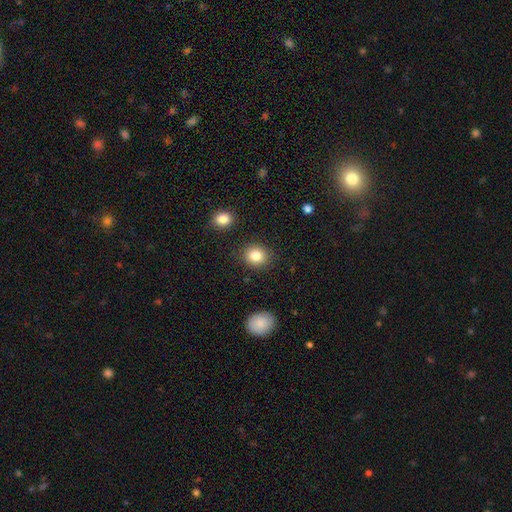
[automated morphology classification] Smooth or featured? Predicted: smooth (p=0.85). How rounded? Predicted: round (p=0.74). Merging? Predicted: none (p=0.87).